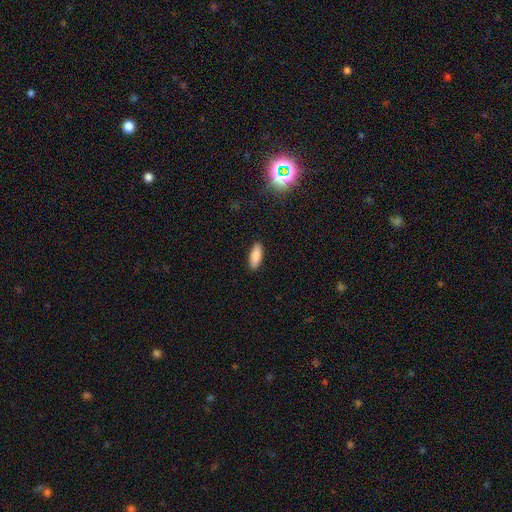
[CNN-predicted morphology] Overall: smooth (86%). How rounded: in between (70%). Merging: none (89%).